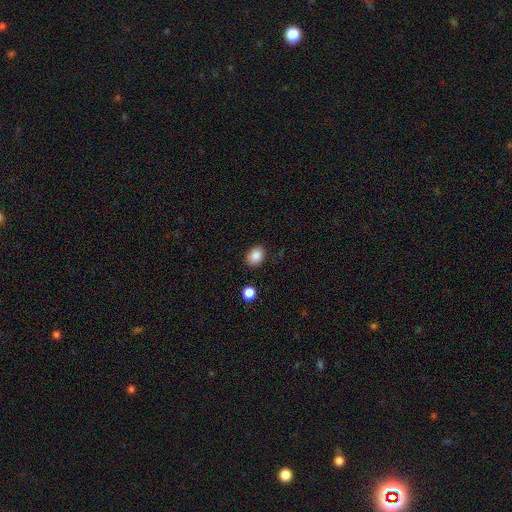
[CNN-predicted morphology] smooth-or-featured: smooth: 87% | star or artifact: 9% | featured or disk: 4%
  how-rounded: in between: 60% | round: 40% | cigar-shaped: 1%
  merging: none: 85% | minor disturbance: 10% | major disturbance: 3% | merger: 2%